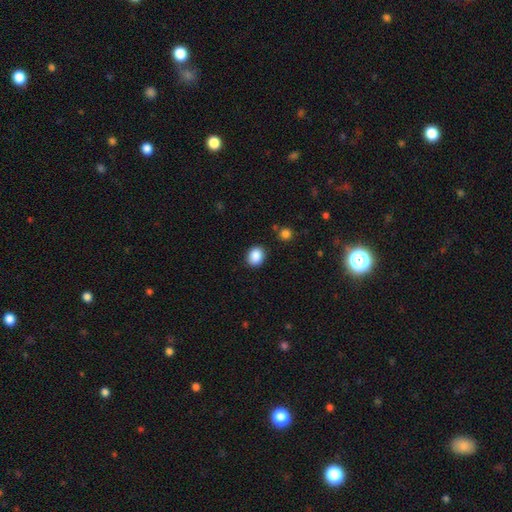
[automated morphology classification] Q: Smooth or featured?
A: smooth (89%); runner-up: star or artifact (8%)
Q: How rounded?
A: round (54%); runner-up: in between (45%)
Q: Merging?
A: none (87%); runner-up: minor disturbance (9%)